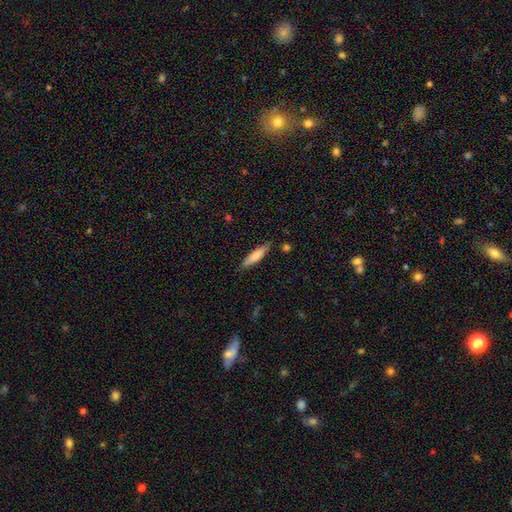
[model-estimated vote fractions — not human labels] Smooth or featured: smooth — 73% (featured or disk — 22%)
How rounded: cigar-shaped — 82% (in between — 16%)
Merging: none — 83% (minor disturbance — 12%)